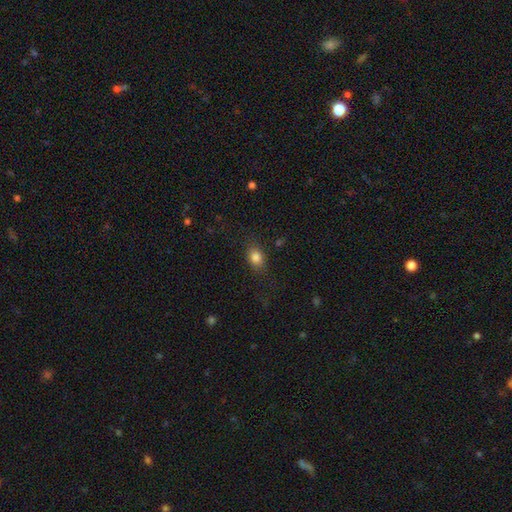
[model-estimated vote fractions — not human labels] Smooth or featured?
  - smooth: 83% *
  - star or artifact: 10%
  - featured or disk: 7%
How rounded?
  - in between: 67% *
  - round: 31%
  - cigar-shaped: 2%
Merging?
  - none: 80% *
  - minor disturbance: 14%
  - major disturbance: 5%
  - merger: 1%